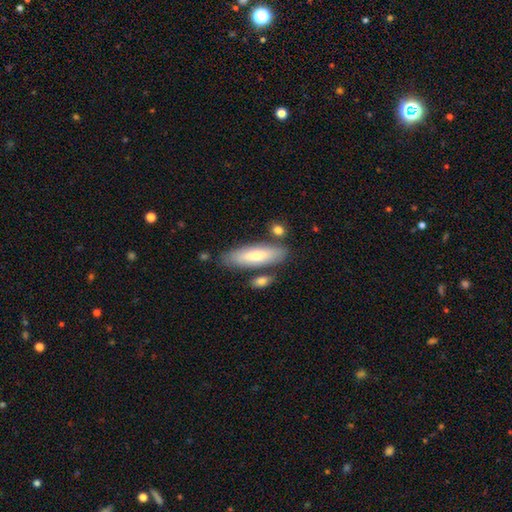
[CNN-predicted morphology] The model was most divided on "how rounded": cigar-shaped: 50%, in between: 48%, round: 2%. More confident: merging — none (76%); smooth or featured — smooth (72%).